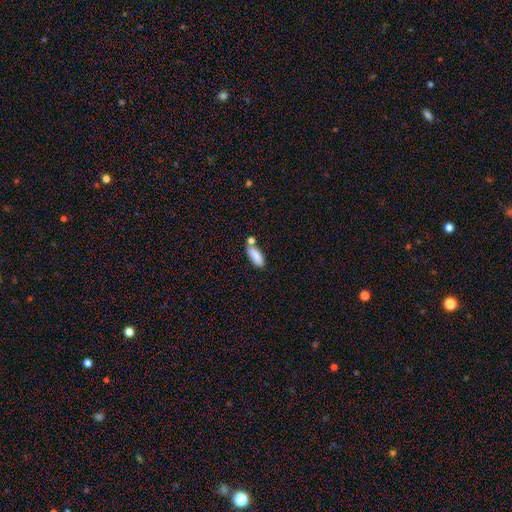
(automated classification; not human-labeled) smooth_or_featured: smooth (p=0.86) [alt: featured or disk p=0.07]
how_rounded: in between (p=0.69) [alt: cigar-shaped p=0.29]
merging: none (p=0.57) [alt: merger p=0.23]